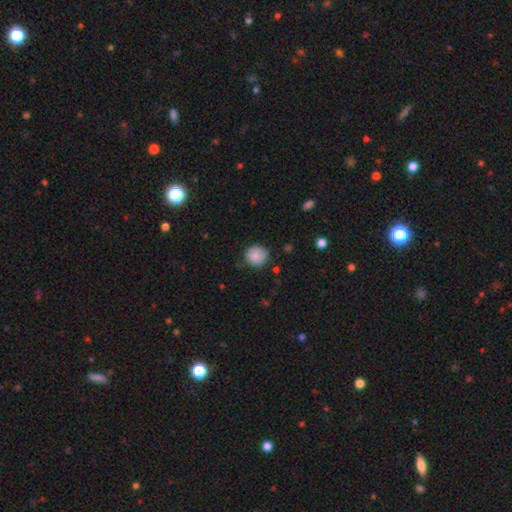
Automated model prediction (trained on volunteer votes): Morphology: type=smooth (86%); roundness=round (89%); merging=none (81%).